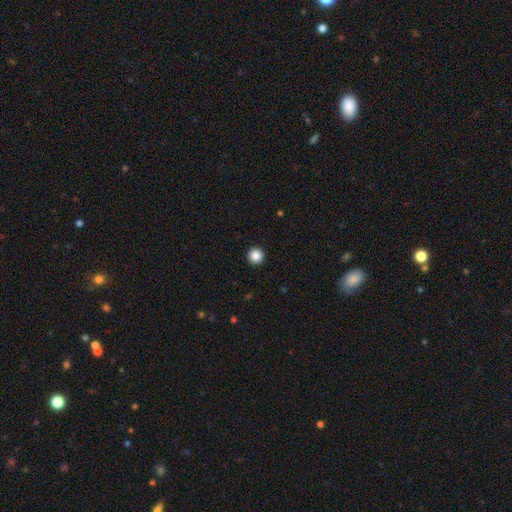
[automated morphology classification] type=smooth (86%); roundness=round (97%); merging=none (94%).